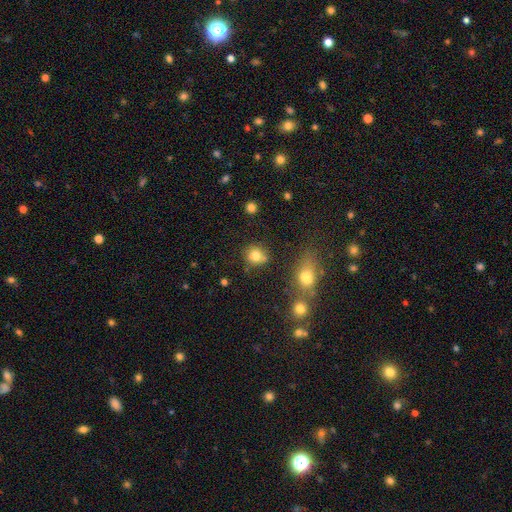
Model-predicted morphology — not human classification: type=smooth (78%); roundness=round (79%); merging=none (65%).